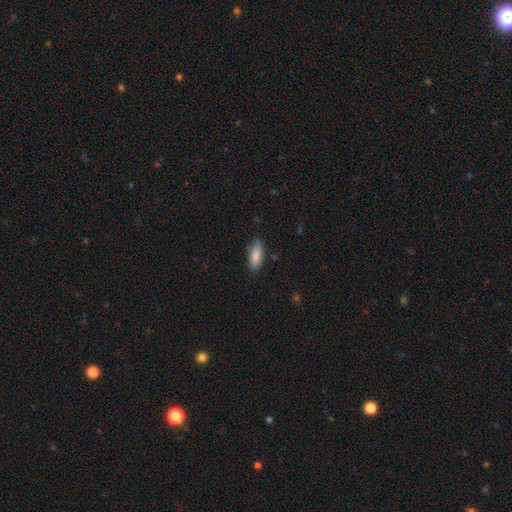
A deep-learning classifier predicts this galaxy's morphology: Overall: smooth (85%). How rounded: in between (67%; cigar-shaped 32%). Merging: none (83%).